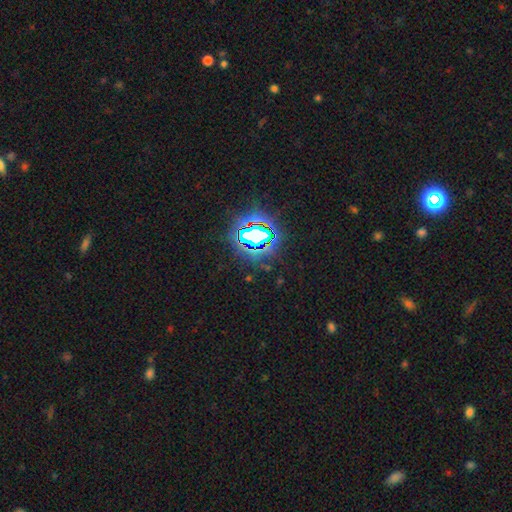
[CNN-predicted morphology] type=star or artifact (81%).